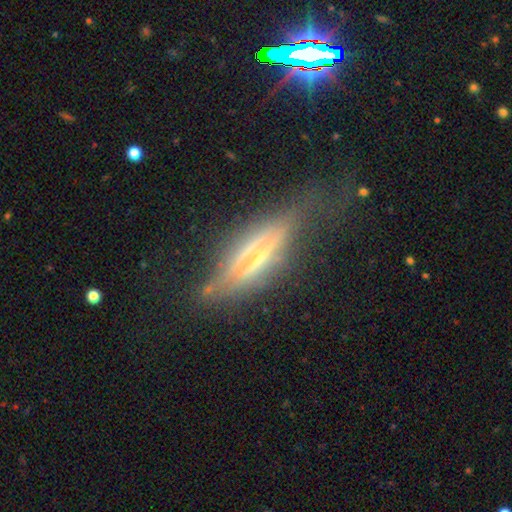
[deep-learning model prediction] smooth_or_featured: featured or disk (p=0.73) [alt: smooth p=0.18]
disk_edge_on: yes (p=0.92) [alt: no p=0.08]
edge_on_bulge: rounded (p=0.65) [alt: none p=0.18]
merging: none (p=0.70) [alt: minor disturbance p=0.18]